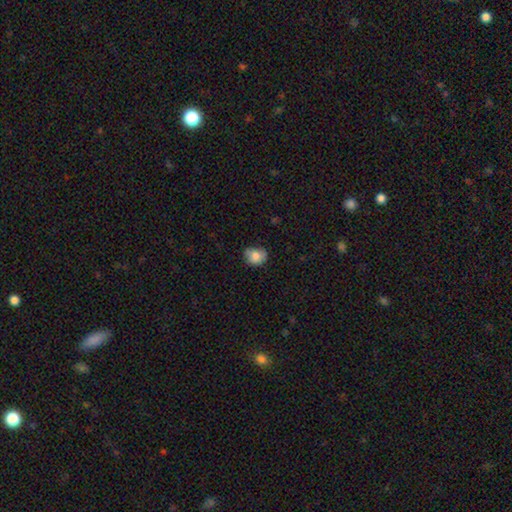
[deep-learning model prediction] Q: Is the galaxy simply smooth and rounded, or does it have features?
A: smooth — 79%.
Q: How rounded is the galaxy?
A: round — 58%.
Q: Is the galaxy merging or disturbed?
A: none — 65%.